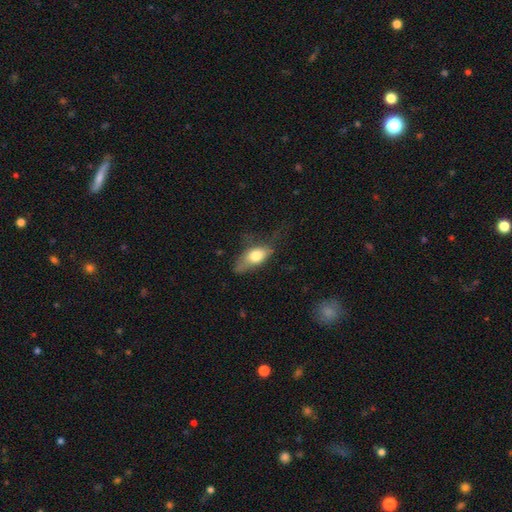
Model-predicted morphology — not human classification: This is likely a smooth galaxy (72%). How rounded: clearly in between (83%). Merging: marginally none (39%).